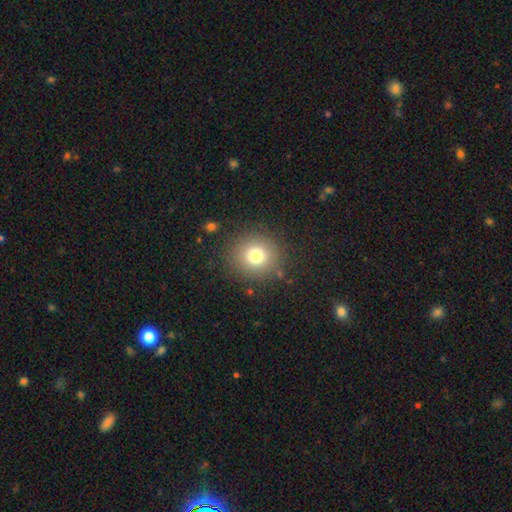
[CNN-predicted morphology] Smooth or featured? smooth (77%)
How rounded? round (91%)
Merging? none (87%)